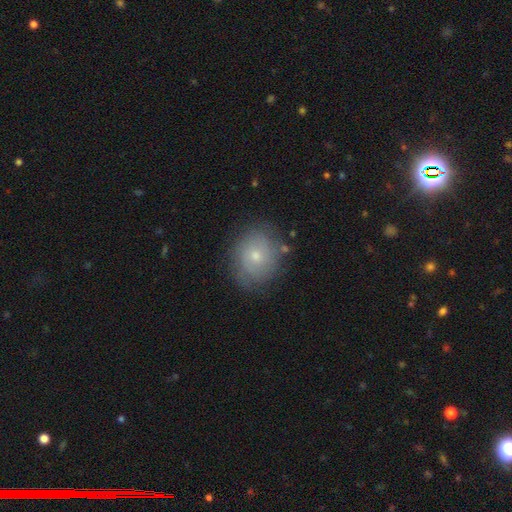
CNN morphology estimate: smooth_or_featured: smooth (p=0.57) [alt: featured or disk p=0.34]
how_rounded: round (p=0.68) [alt: in between p=0.31]
merging: none (p=0.77) [alt: minor disturbance p=0.16]